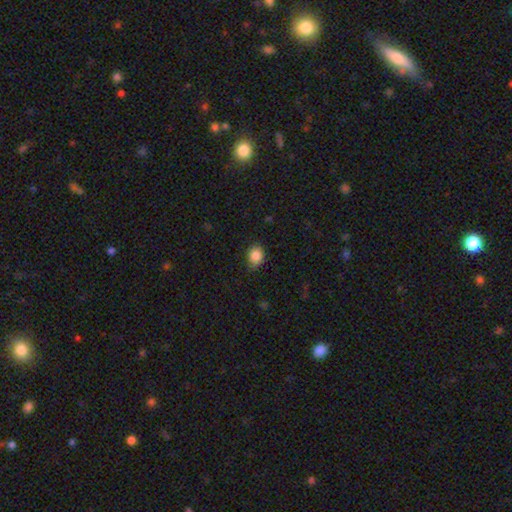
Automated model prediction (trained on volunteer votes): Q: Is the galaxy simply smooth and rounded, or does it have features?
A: smooth — 85%.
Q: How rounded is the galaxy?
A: round — 57%.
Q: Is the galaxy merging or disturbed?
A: none — 77%.